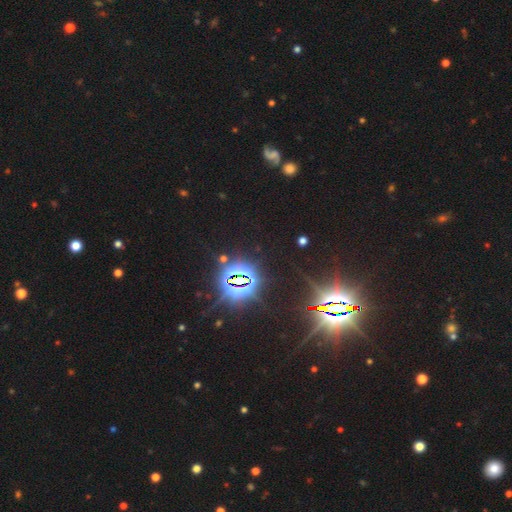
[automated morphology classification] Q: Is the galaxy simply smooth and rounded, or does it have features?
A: star or artifact — 86%.